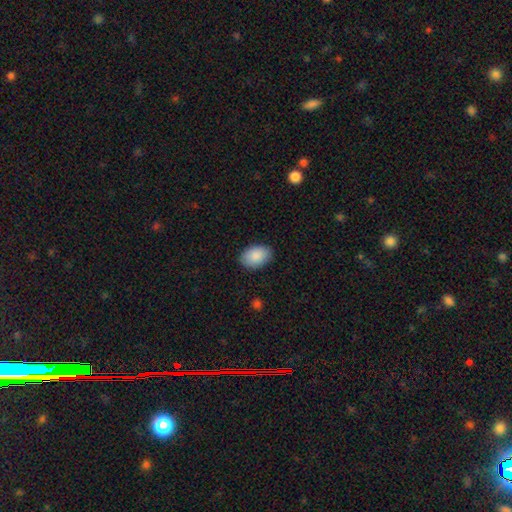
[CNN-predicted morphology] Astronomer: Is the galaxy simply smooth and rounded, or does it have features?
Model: smooth — 90%.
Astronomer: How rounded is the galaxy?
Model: in between — 87%.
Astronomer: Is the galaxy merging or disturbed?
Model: none — 86%.